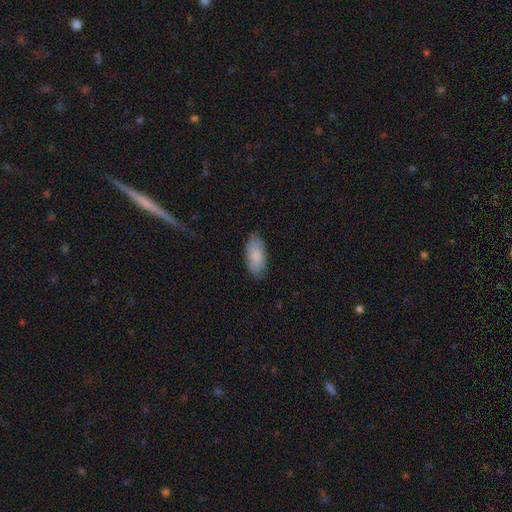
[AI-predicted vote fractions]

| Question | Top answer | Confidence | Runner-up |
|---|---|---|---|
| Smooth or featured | smooth | 84% | featured or disk (10%) |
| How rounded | in between | 91% | cigar-shaped (7%) |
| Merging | none | 83% | minor disturbance (13%) |